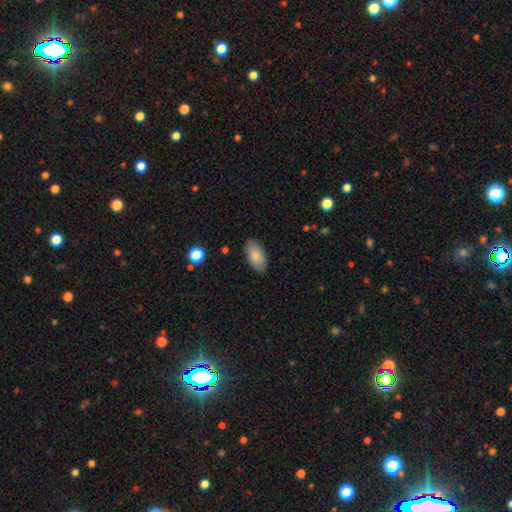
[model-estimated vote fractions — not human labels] smooth-or-featured: smooth: 86% | featured or disk: 7% | star or artifact: 6%
  how-rounded: in between: 94% | cigar-shaped: 4% | round: 2%
  merging: none: 85% | minor disturbance: 11% | major disturbance: 2% | merger: 1%